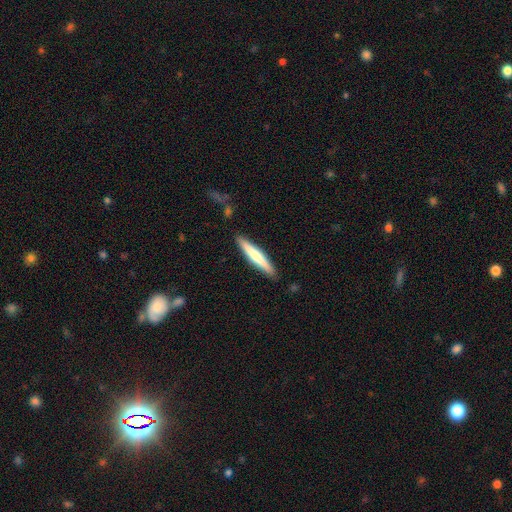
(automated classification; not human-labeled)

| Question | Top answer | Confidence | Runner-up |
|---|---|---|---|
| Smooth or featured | smooth | 65% | featured or disk (30%) |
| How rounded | cigar-shaped | 93% | in between (6%) |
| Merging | none | 89% | minor disturbance (8%) |